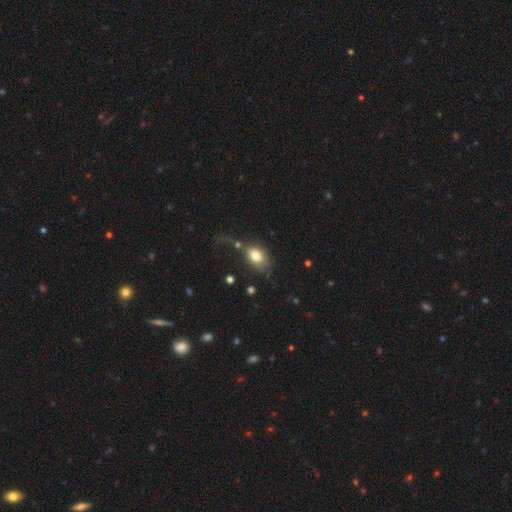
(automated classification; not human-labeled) Smooth or featured? Predicted: smooth (p=0.77). How rounded? Predicted: in between (p=0.77). Merging? Predicted: none (p=0.40).